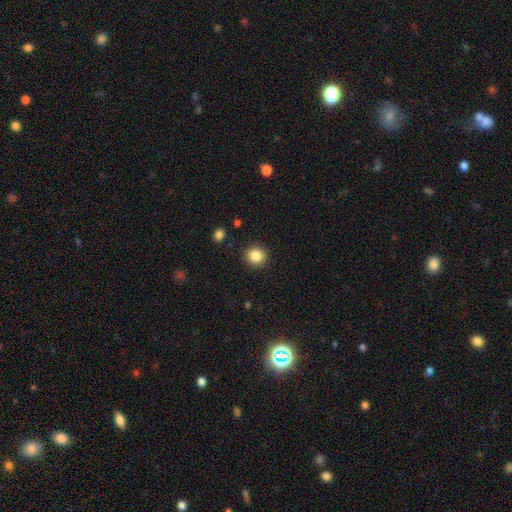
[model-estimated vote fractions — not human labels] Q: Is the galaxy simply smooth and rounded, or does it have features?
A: smooth — 85%.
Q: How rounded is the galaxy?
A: round — 89%.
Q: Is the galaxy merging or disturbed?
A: none — 91%.